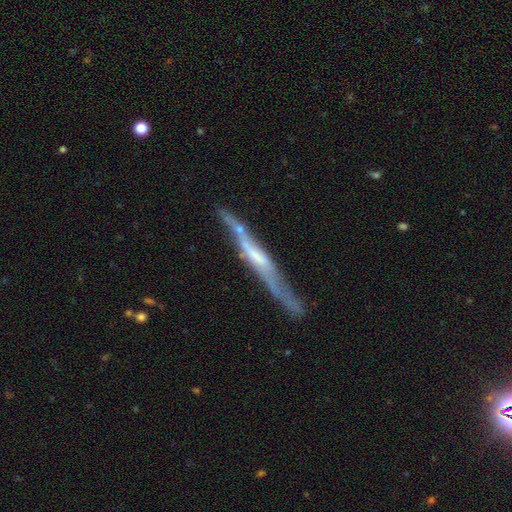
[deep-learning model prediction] featured or disk 73%, smooth 21%, star or artifact 6%. Down the decision tree: edge-on disk — yes (87%); edge-on bulge — none (42%); merging — none (64%).